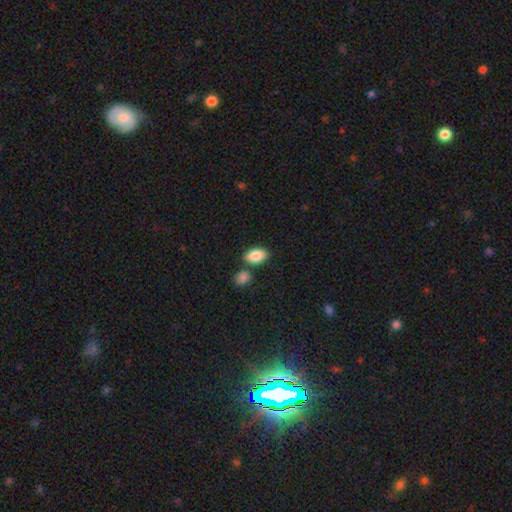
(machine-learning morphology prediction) Smooth or featured? Predicted: smooth (p=0.87). How rounded? Predicted: in between (p=0.91). Merging? Predicted: none (p=0.73).